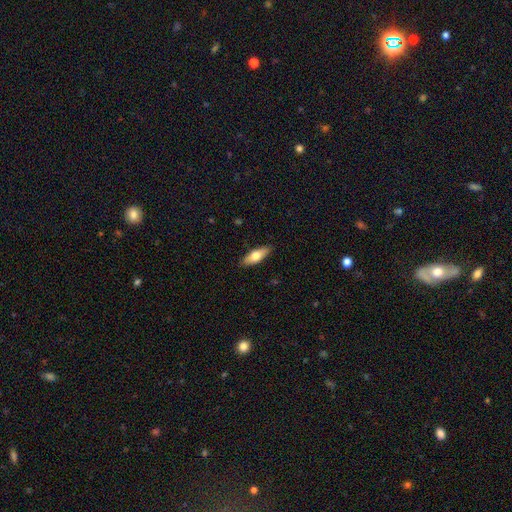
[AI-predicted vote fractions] Smooth or featured? smooth (63%)
How rounded? in between (64%)
Merging? none (88%)